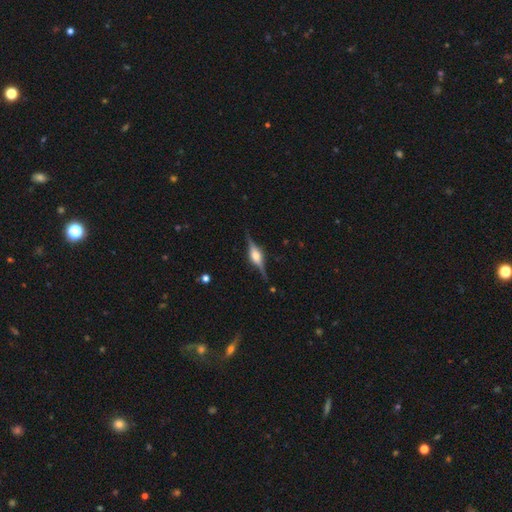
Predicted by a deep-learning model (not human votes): A featured or disk galaxy (82%) viewed edge-on (98%) with a rounded central bulge (86%). Merging: none (87%).